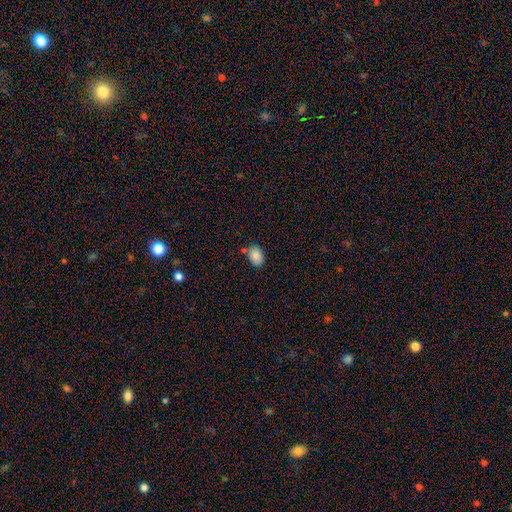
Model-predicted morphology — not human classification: Smooth or featured? Predicted: smooth (p=0.87). How rounded? Predicted: in between (p=0.74). Merging? Predicted: none (p=0.72).